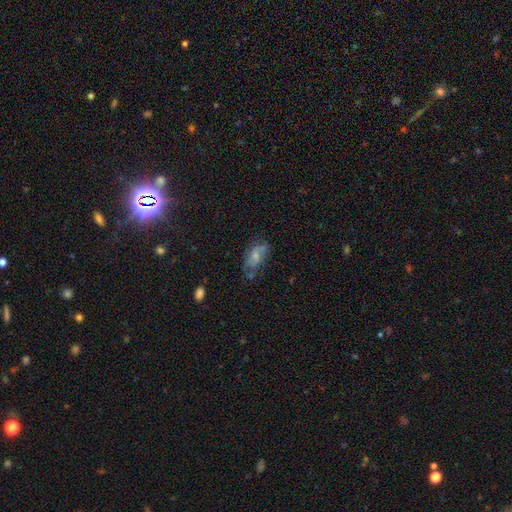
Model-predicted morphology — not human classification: This is possibly a smooth galaxy (49%). Merging: possibly none (49%).